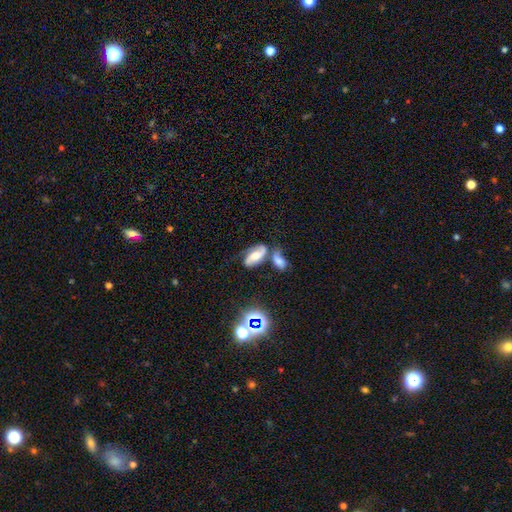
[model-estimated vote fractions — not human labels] Overall: featured or disk (58%; smooth 29%). Edge-on disk: no (93%). Bar: no (49%; weak 32%). Spiral arms: yes (88%). Bulge size: moderate (48%; small 21%). Merging: merger (37%; none 36%).